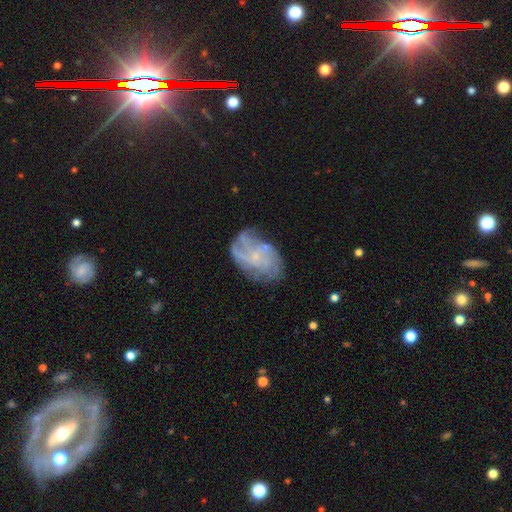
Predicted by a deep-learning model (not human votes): smooth_or_featured: featured or disk (p=0.72) [alt: smooth p=0.19]
disk_edge_on: no (p=0.97) [alt: yes p=0.03]
bar: no (p=0.73) [alt: weak p=0.23]
has_spiral_arms: yes (p=0.81) [alt: no p=0.19]
spiral_winding: medium (p=0.37) [alt: tight p=0.32]
spiral_arm_count: can't tell (p=0.40) [alt: 4 p=0.16]
bulge_size: small (p=0.72) [alt: none p=0.17]
merging: none (p=0.56) [alt: minor disturbance p=0.24]